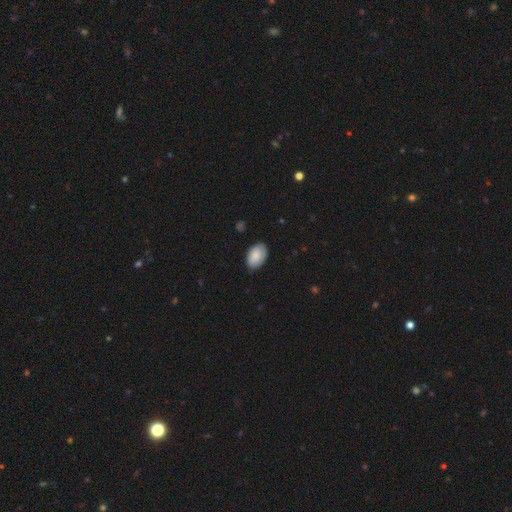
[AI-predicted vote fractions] Overall: smooth (81%). How rounded: in between (91%). Merging: none (78%).